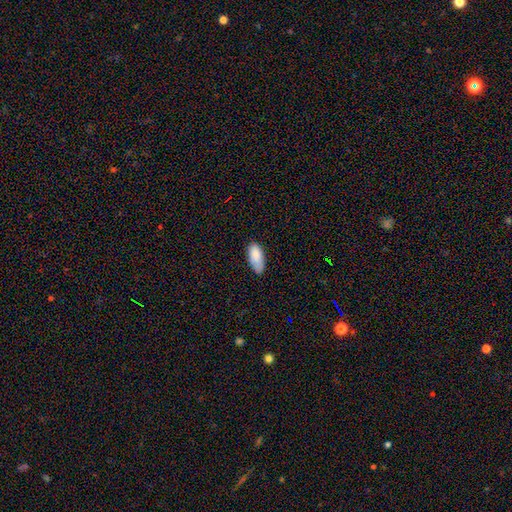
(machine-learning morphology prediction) This is clearly a smooth galaxy (87%). How rounded: clearly in between (87%). Merging: likely none (66%).